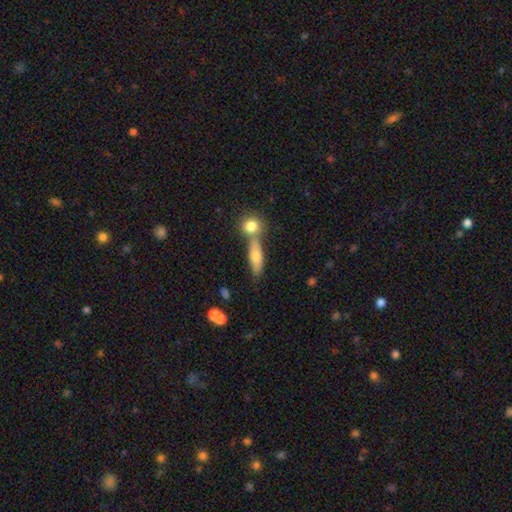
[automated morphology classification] smooth-or-featured: smooth: 69% | featured or disk: 23% | star or artifact: 8%
  how-rounded: cigar-shaped: 47% | in between: 46% | round: 8%
  merging: none: 50% | merger: 35% | minor disturbance: 12% | major disturbance: 4%